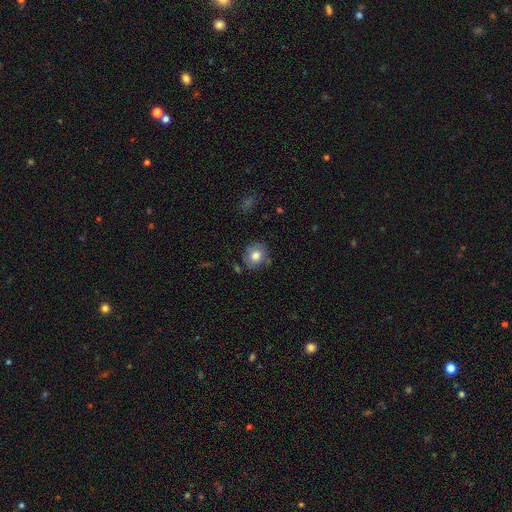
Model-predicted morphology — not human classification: type=smooth (78%); roundness=round (78%); merging=none (73%).